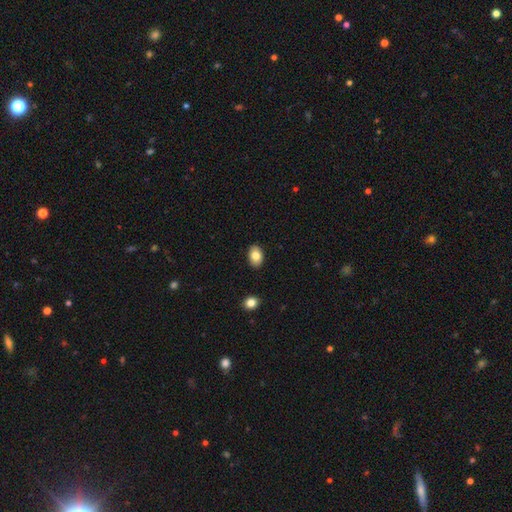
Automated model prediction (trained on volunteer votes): This is clearly a smooth galaxy (83%). How rounded: clearly in between (82%). Merging: clearly none (89%).